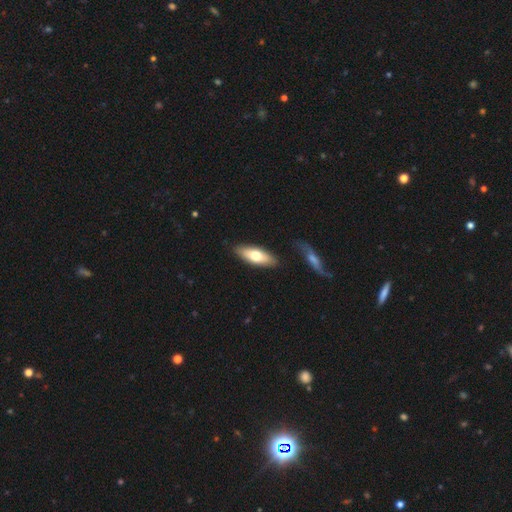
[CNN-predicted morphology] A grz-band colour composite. It shows a smooth galaxy with no disk features (66%) that is in between round and cigar-shaped (68%). Merging: none (85%).